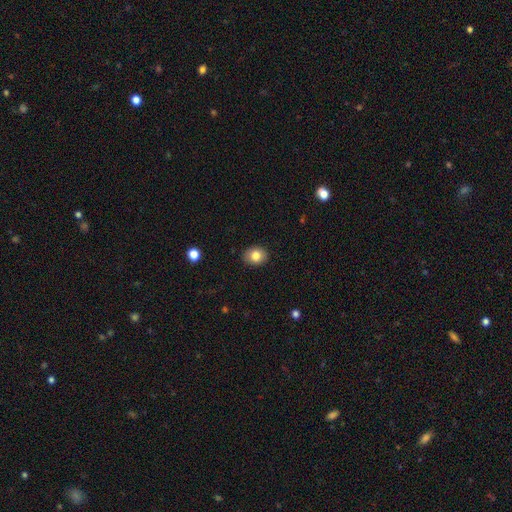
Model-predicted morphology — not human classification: smooth-or-featured: smooth: 82% | star or artifact: 9% | featured or disk: 9%
  how-rounded: in between: 51% | round: 48% | cigar-shaped: 1%
  merging: none: 87% | minor disturbance: 10% | major disturbance: 2% | merger: 1%